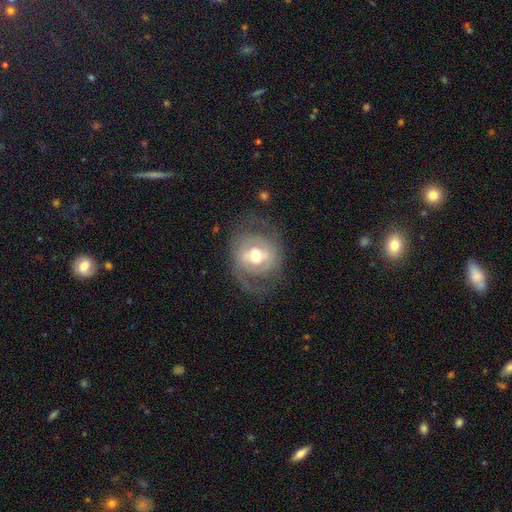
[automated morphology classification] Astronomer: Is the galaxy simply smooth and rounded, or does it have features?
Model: featured or disk — 70%.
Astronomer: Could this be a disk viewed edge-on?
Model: no — 96%.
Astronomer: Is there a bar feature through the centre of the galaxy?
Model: weak — 43% (runner-up: no, 33%).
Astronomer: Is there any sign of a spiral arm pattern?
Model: yes — 67%.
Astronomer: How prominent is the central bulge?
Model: moderate — 72%.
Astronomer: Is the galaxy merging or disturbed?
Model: none — 66%.